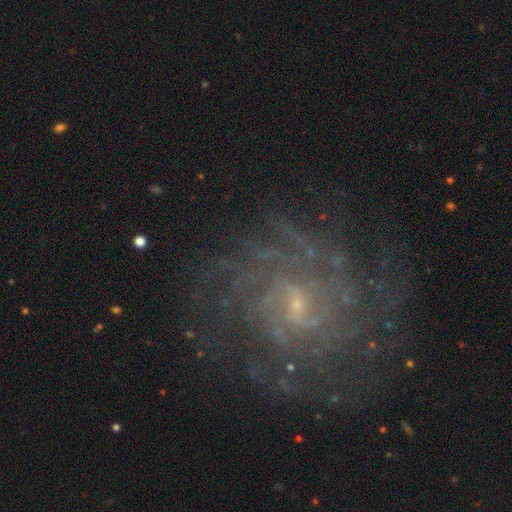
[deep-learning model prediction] This appears to be a featured or disk galaxy (82%) with a weak bar (54%), tight (61%) spiral arms (92%) and a small central bulge (76%). Merging: none (77%).